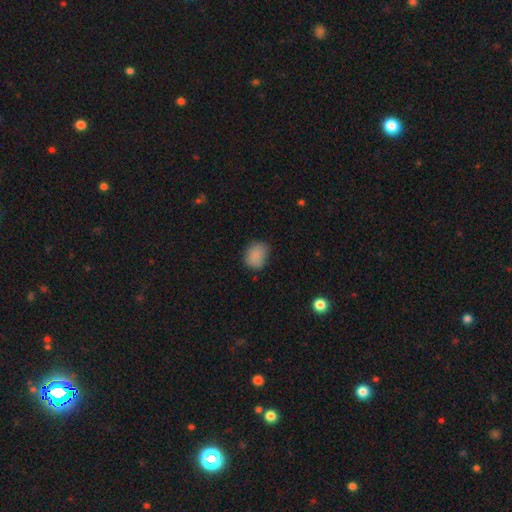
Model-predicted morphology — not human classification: Smooth or featured?
  - smooth: 86% *
  - star or artifact: 9%
  - featured or disk: 5%
How rounded?
  - in between: 50% *
  - round: 49%
  - cigar-shaped: 1%
Merging?
  - none: 71% *
  - minor disturbance: 23%
  - major disturbance: 5%
  - merger: 1%